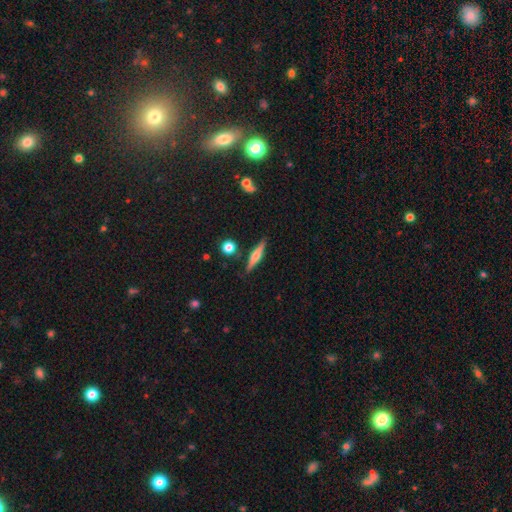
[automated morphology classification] This is possibly a featured or disk galaxy (58%). It is clearly viewed edge-on (96%). Edge-on bulge: clearly rounded (81%). Merging: clearly none (85%).